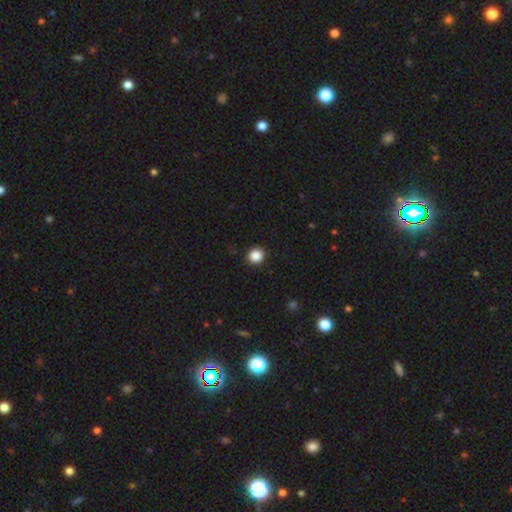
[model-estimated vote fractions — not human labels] This appears to be a smooth galaxy with no disk features (87%) that is round (91%). Merging: none (92%).